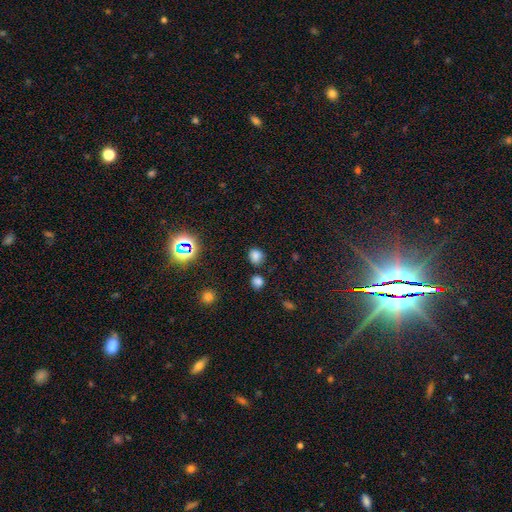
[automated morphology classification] This is likely a smooth galaxy (75%). How rounded: likely round (70%). Merging: likely none (77%).